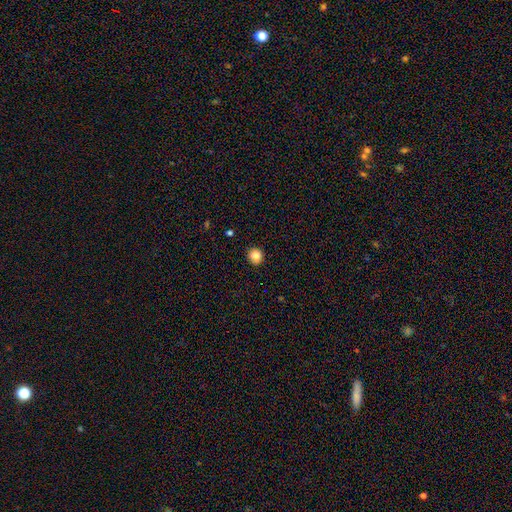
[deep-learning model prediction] This appears to be a smooth galaxy with no disk features (85%) that is round (87%). Merging: none (91%).